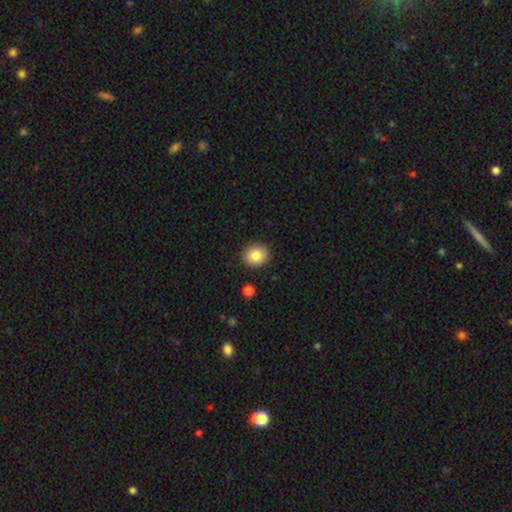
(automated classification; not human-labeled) Smooth or featured? Predicted: smooth (p=0.85). How rounded? Predicted: round (p=0.83). Merging? Predicted: none (p=0.90).